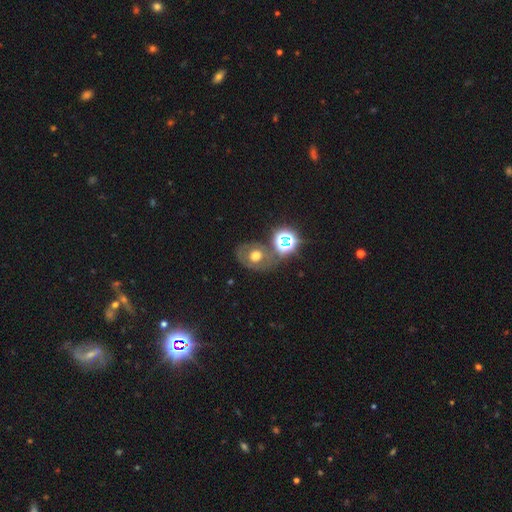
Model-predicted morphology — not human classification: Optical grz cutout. It shows a smooth galaxy with no disk features (43%). Merging: none (62%).